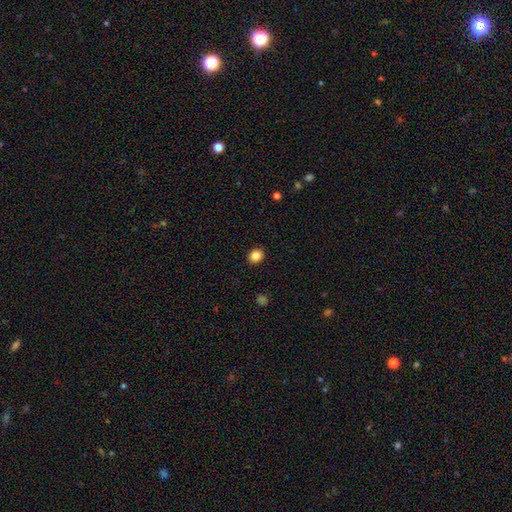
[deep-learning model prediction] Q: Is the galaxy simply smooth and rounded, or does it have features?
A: smooth — 84%.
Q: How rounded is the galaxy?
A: round — 70%.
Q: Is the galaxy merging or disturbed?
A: none — 91%.